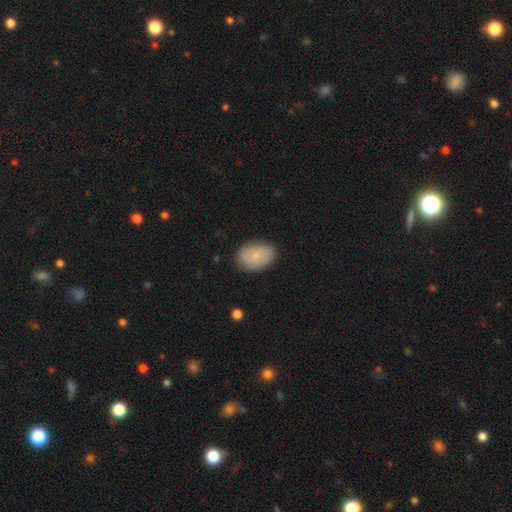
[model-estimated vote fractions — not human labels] A smooth galaxy with no disk features (77%) that is in between round and cigar-shaped (81%). Merging: none (85%).